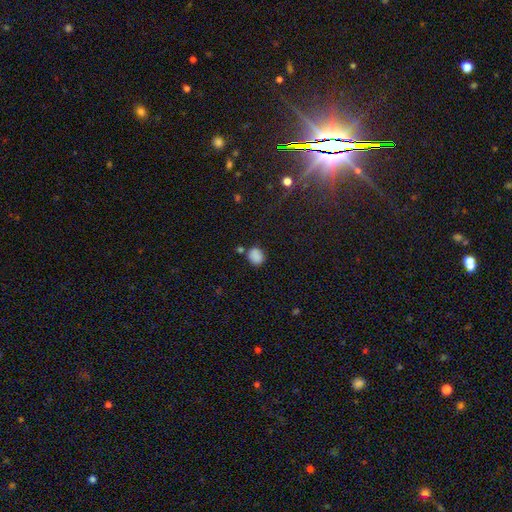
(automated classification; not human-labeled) Overall: smooth (84%). How rounded: round (61%; in between 38%). Merging: none (70%).